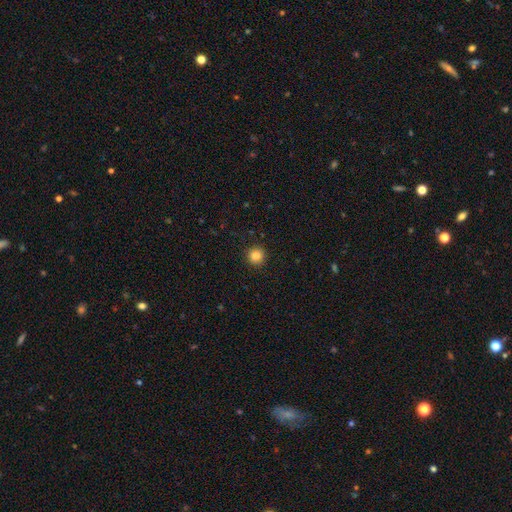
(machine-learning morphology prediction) Smooth or featured? smooth (84%)
How rounded? round (94%)
Merging? none (92%)